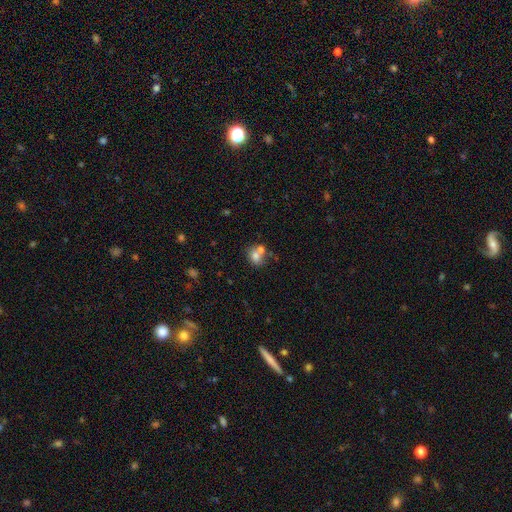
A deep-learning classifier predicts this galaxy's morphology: Smooth or featured? Predicted: smooth (p=0.72). How rounded? Predicted: round (p=0.64). Merging? Predicted: merger (p=0.51).